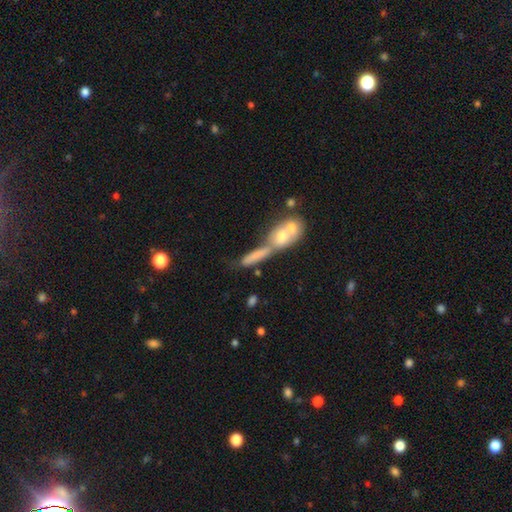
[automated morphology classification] smooth_or_featured: smooth (p=0.67) [alt: featured or disk p=0.23]
how_rounded: cigar-shaped (p=0.59) [alt: in between p=0.35]
merging: merger (p=0.52) [alt: none p=0.30]